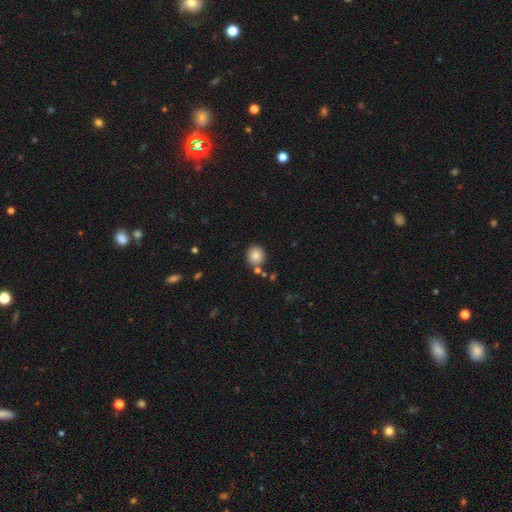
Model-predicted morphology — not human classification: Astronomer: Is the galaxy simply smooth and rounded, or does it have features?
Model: smooth — 82%.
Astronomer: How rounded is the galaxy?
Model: round — 84%.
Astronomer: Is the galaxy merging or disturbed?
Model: none — 81%.